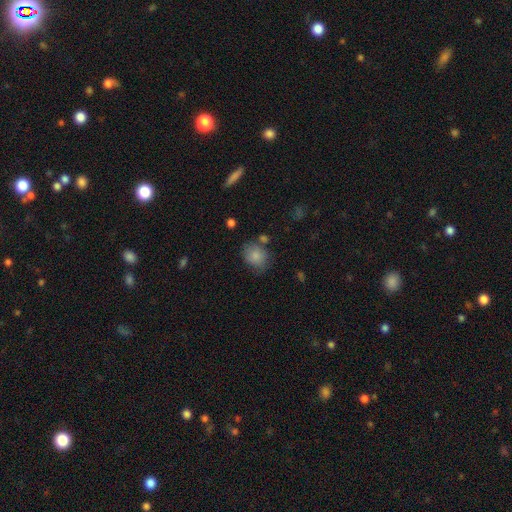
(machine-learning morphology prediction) Smooth or featured? Predicted: smooth (p=0.83). How rounded? Predicted: round (p=0.57). Merging? Predicted: none (p=0.62).